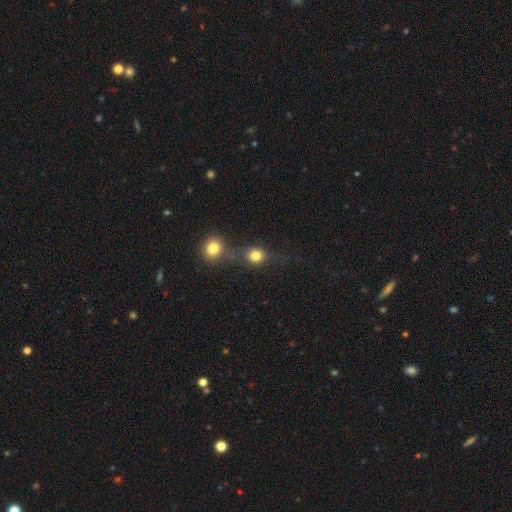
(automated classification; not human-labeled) smooth_or_featured: smooth (p=0.78) [alt: star or artifact p=0.12]
how_rounded: round (p=0.82) [alt: in between p=0.17]
merging: none (p=0.48) [alt: merger p=0.35]